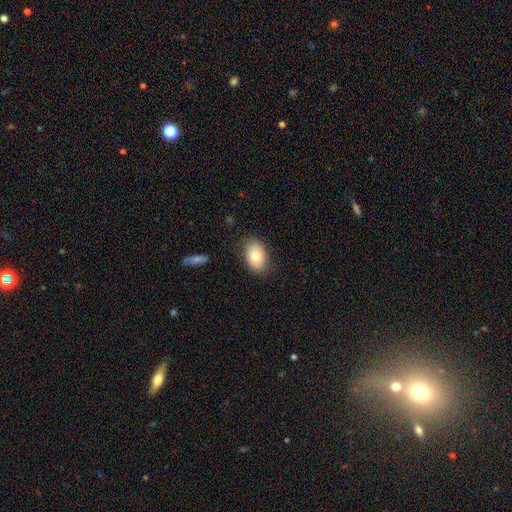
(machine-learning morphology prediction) A smooth galaxy with no disk features (76%) that is in between round and cigar-shaped (84%). Merging: none (82%).